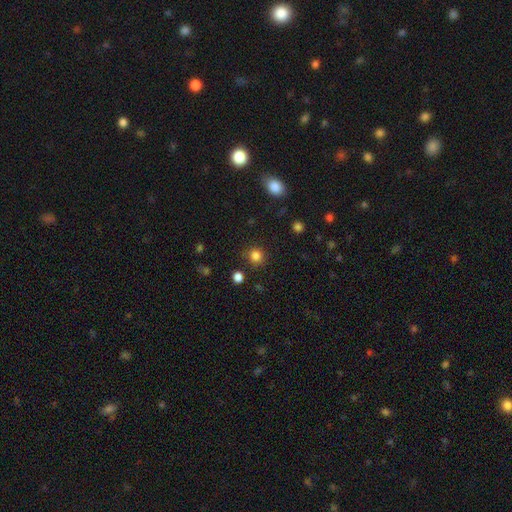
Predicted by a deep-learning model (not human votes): Morphology: type=smooth (83%); roundness=round (92%); merging=none (87%).